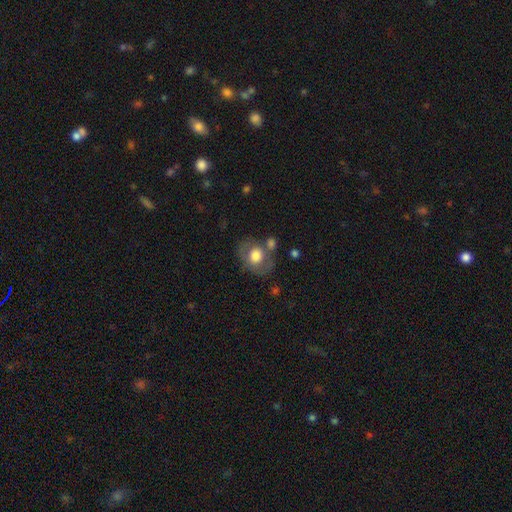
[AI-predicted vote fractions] Overall: smooth (66%; featured or disk 26%). How rounded: round (53%; in between 46%). Merging: none (60%).